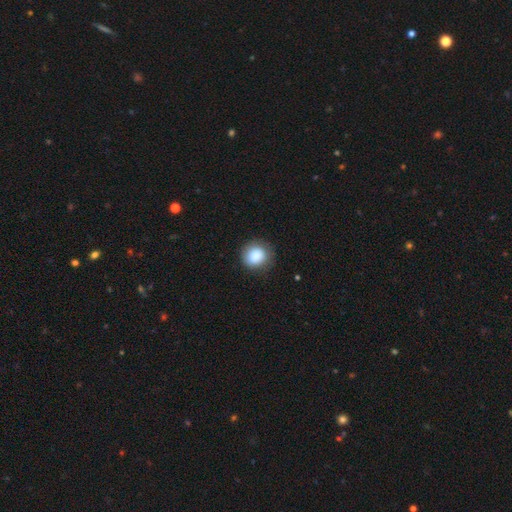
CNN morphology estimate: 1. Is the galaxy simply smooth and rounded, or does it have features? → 87% smooth, 8% star or artifact, 5% featured or disk.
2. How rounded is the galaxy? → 85% round, 14% in between, 1% cigar-shaped.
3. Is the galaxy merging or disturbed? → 81% none, 14% minor disturbance, 4% major disturbance, 1% merger.